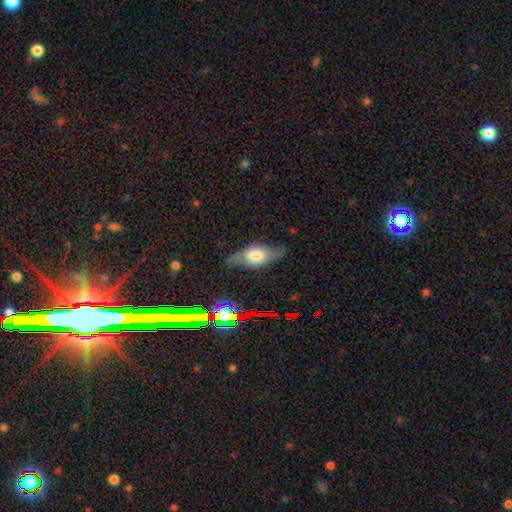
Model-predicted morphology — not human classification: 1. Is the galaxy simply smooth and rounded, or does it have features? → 52% smooth, 39% featured or disk, 9% star or artifact.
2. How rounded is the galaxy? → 73% in between, 17% cigar-shaped, 10% round.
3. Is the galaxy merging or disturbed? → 65% none, 24% minor disturbance, 9% major disturbance, 2% merger.